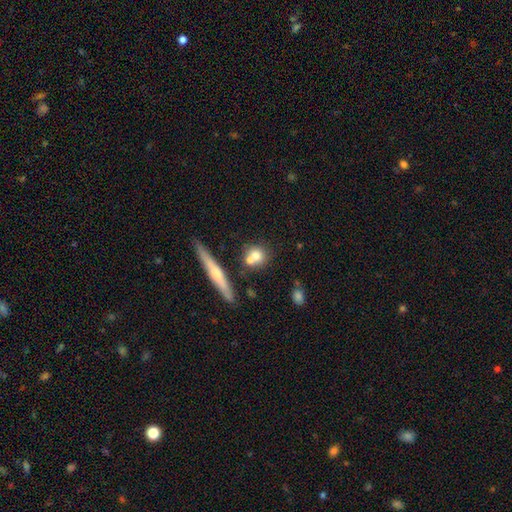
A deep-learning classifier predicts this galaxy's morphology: A smooth galaxy with no disk features (69%) that is round (80%).

Vote fractions:
- Smooth or featured? smooth: 69% / featured or disk: 21% / star or artifact: 10%
- How rounded? round: 80% / in between: 13% / cigar-shaped: 7%
- Merging? none: 56% / merger: 31% / minor disturbance: 9% / major disturbance: 3%